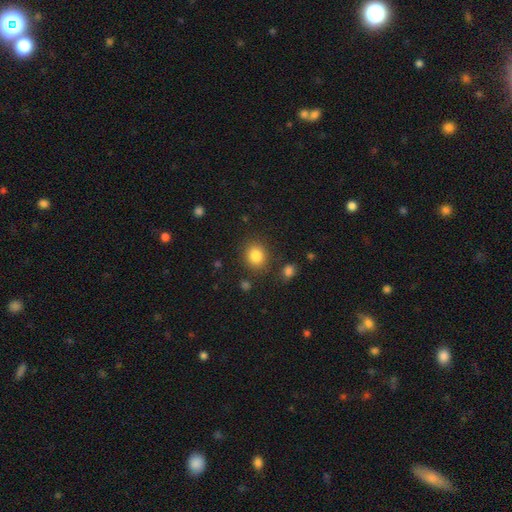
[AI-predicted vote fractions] Smooth or featured?
  - smooth: 85% *
  - star or artifact: 10%
  - featured or disk: 5%
How rounded?
  - round: 69% *
  - in between: 30%
  - cigar-shaped: 1%
Merging?
  - none: 83% *
  - minor disturbance: 9%
  - merger: 4%
  - major disturbance: 4%